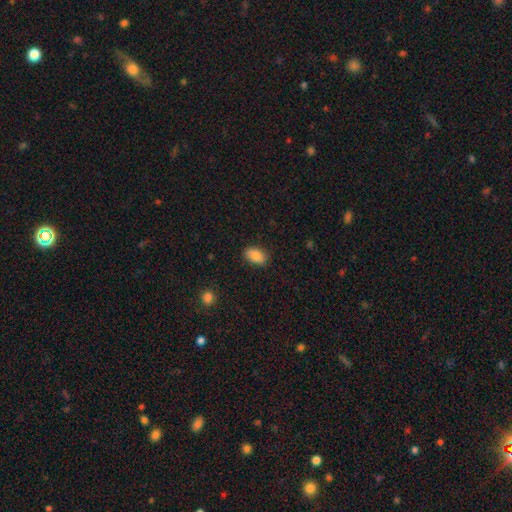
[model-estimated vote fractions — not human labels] This appears to be a smooth galaxy with no disk features (86%) that is in between round and cigar-shaped (90%). Merging: none (86%).